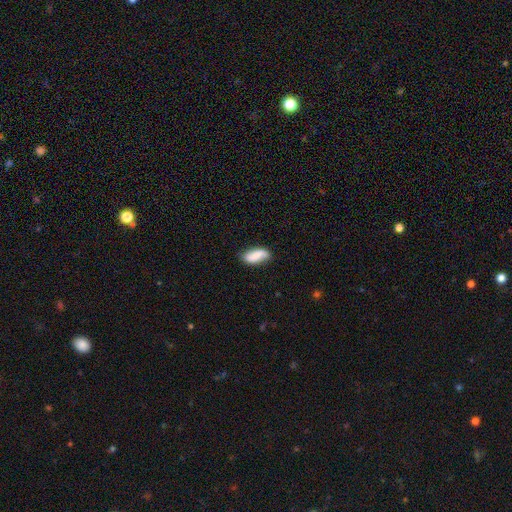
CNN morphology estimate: smooth-or-featured: smooth: 73% | featured or disk: 20% | star or artifact: 7%
  how-rounded: in between: 85% | cigar-shaped: 12% | round: 3%
  merging: none: 73% | minor disturbance: 21% | major disturbance: 5% | merger: 2%